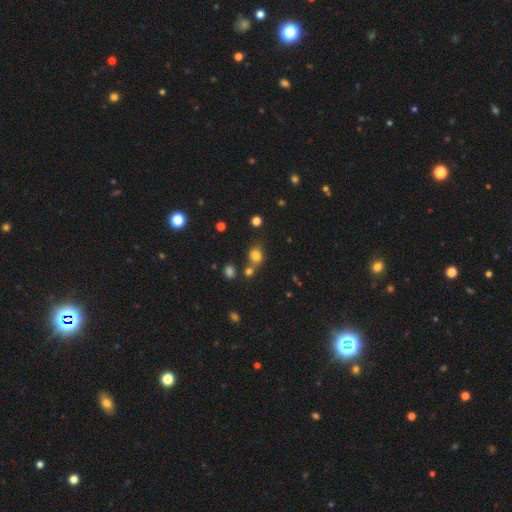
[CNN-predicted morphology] Overall: smooth (77%). How rounded: round (58%; in between 40%). Merging: none (61%).